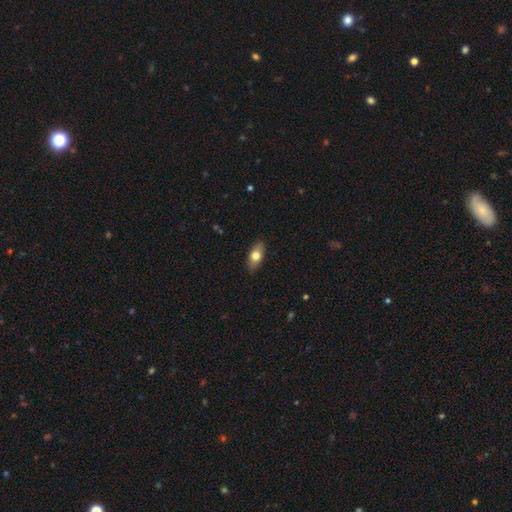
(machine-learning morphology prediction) Smooth or featured? smooth (72%)
How rounded? in between (86%)
Merging? none (86%)